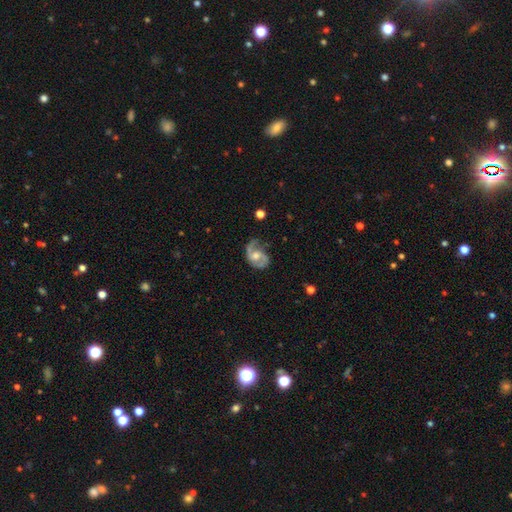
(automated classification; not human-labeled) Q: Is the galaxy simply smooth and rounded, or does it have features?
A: featured or disk — 82%.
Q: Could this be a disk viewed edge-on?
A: no — 97%.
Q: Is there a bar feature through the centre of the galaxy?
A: no — 53%.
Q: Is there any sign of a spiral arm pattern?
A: yes — 94%.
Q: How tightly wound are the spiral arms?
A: medium — 48%.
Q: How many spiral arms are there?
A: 2 — 79%.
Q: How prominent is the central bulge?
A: moderate — 61%.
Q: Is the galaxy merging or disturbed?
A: none — 58%.